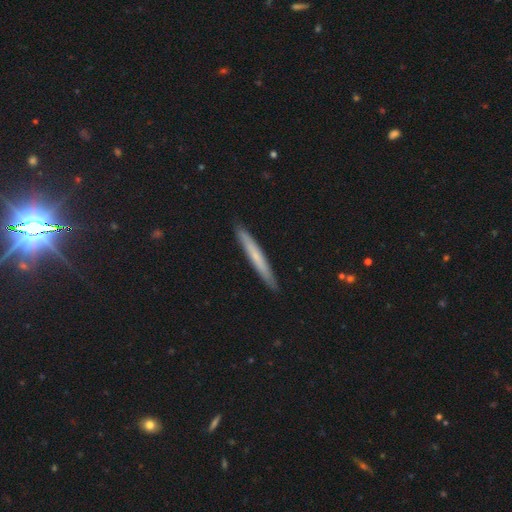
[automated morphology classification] Smooth or featured: smooth — 56% (featured or disk — 38%)
How rounded: cigar-shaped — 97% (in between — 2%)
Merging: none — 91% (minor disturbance — 7%)